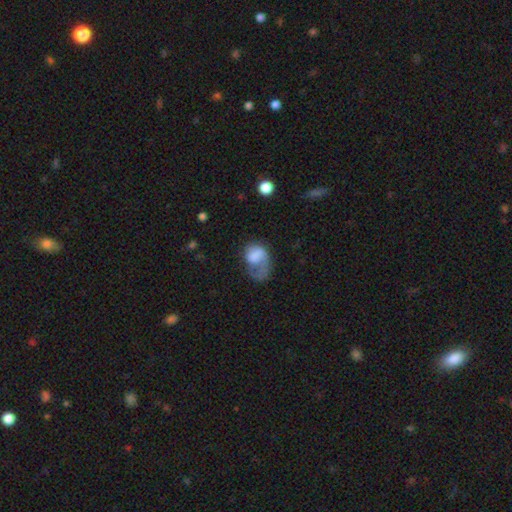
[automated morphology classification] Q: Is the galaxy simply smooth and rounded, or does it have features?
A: smooth — 56%.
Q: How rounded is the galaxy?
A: in between — 72%.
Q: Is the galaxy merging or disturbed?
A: major disturbance — 56%.